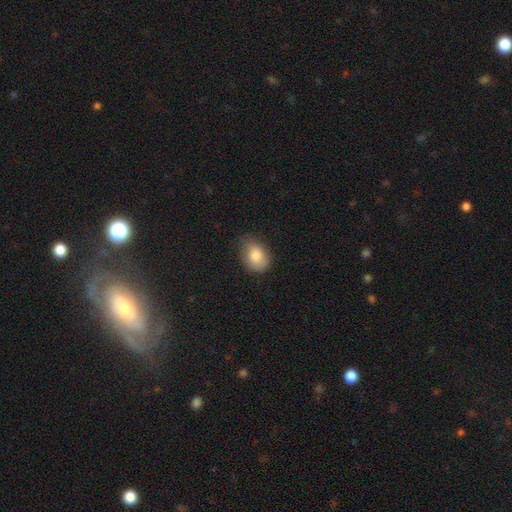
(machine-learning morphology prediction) smooth 83%, featured or disk 9%, star or artifact 7%. Down the decision tree: how rounded — in between (67%); merging — none (58%).